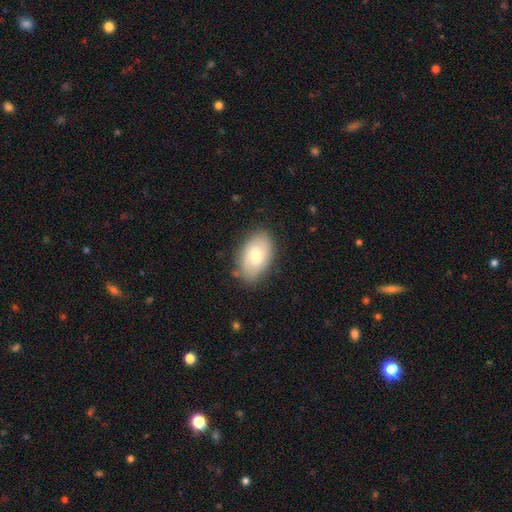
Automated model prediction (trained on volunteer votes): A smooth galaxy with no disk features (63%) that is in between round and cigar-shaped (92%).

Vote fractions:
- Smooth or featured? smooth: 63% / featured or disk: 30% / star or artifact: 6%
- How rounded? in between: 92% / round: 6% / cigar-shaped: 1%
- Merging? none: 81% / minor disturbance: 14% / major disturbance: 3% / merger: 2%